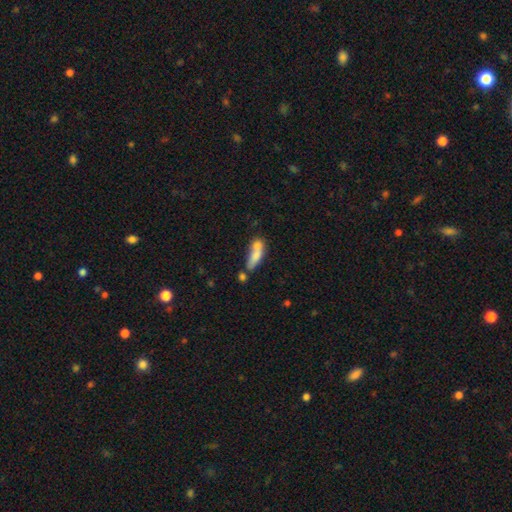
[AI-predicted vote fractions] Q: Smooth or featured?
A: smooth (71%); runner-up: featured or disk (21%)
Q: How rounded?
A: in between (51%); runner-up: cigar-shaped (45%)
Q: Merging?
A: merger (44%); runner-up: none (33%)